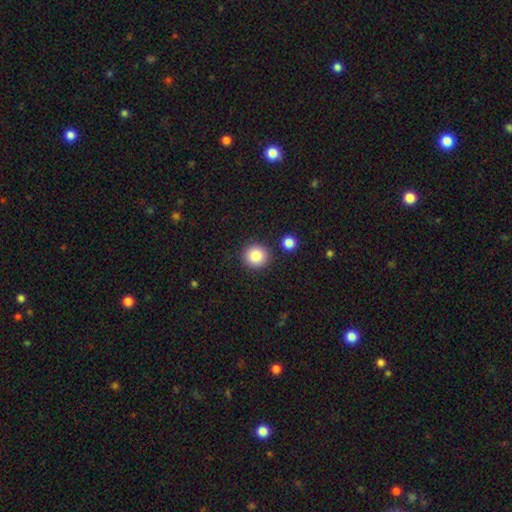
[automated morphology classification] Smooth or featured: smooth — 85% (star or artifact — 10%)
How rounded: round — 93% (in between — 6%)
Merging: none — 88% (minor disturbance — 6%)